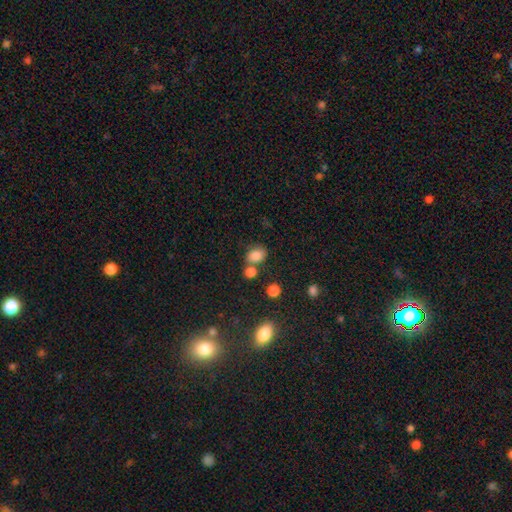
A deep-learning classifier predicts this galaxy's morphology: The model was most divided on "how rounded": in between: 57%, round: 42%, cigar-shaped: 1%. More confident: smooth or featured — smooth (82%); merging — none (57%).